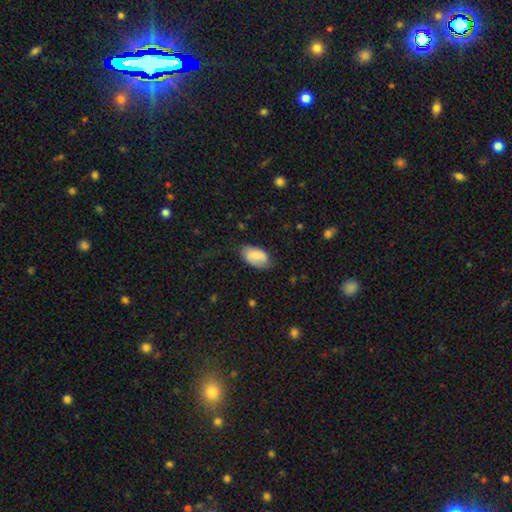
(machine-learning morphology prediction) The model was most divided on "merging": none: 71%, minor disturbance: 22%, major disturbance: 6%, merger: 1%. More confident: how rounded — in between (94%); smooth or featured — smooth (76%).